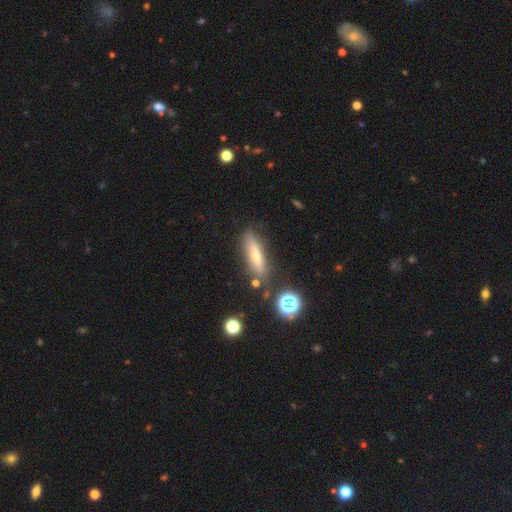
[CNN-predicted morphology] The model was most divided on "smooth or featured": smooth: 44%, featured or disk: 43%, star or artifact: 13%. More confident: merging — none (77%).